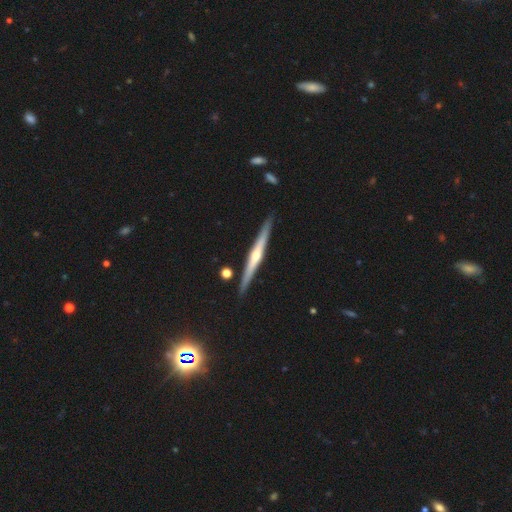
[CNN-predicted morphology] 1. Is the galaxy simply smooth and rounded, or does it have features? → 77% featured or disk, 18% smooth, 5% star or artifact.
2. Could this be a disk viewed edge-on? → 98% yes, 2% no.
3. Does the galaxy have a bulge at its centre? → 82% rounded, 14% none, 5% boxy.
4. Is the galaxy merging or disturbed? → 90% none, 6% minor disturbance, 2% merger, 1% major disturbance.